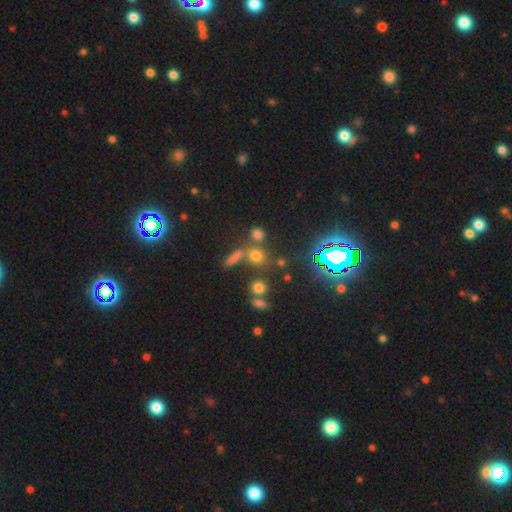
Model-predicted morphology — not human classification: A smooth galaxy with no disk features (60%) that is round (71%).

Vote fractions:
- Smooth or featured? smooth: 60% / star or artifact: 29% / featured or disk: 11%
- How rounded? round: 71% / in between: 20% / cigar-shaped: 9%
- Merging? none: 62% / merger: 24% / minor disturbance: 9% / major disturbance: 5%